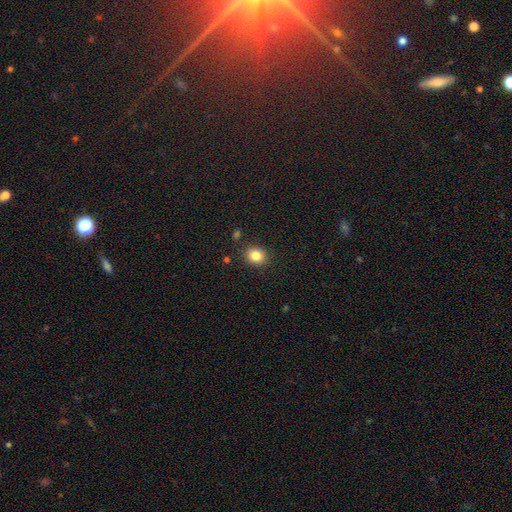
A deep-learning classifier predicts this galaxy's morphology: type=smooth (83%); roundness=round (66%); merging=none (87%).